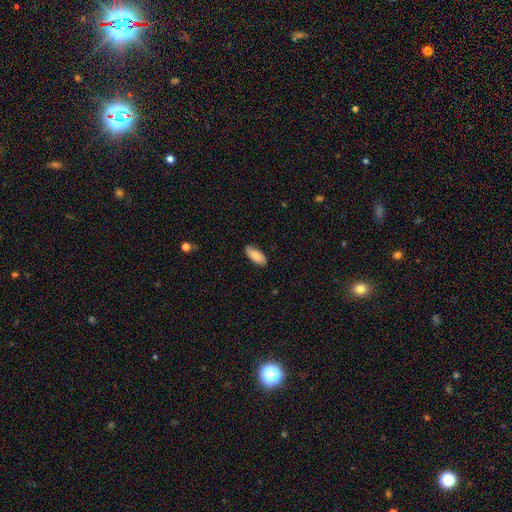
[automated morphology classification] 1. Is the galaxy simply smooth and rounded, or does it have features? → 85% smooth, 9% featured or disk, 6% star or artifact.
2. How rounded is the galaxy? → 87% in between, 12% cigar-shaped, 2% round.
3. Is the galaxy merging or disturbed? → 83% none, 14% minor disturbance, 2% major disturbance, 1% merger.